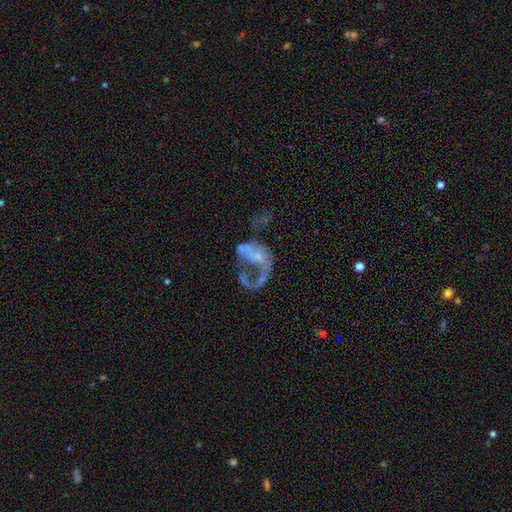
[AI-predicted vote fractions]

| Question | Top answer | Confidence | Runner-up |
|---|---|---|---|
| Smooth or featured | featured or disk | 65% | smooth (23%) |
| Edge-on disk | no | 98% | yes (2%) |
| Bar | no | 76% | weak (18%) |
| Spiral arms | no | 67% | yes (33%) |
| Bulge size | none | 51% | small (31%) |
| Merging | major disturbance | 54% | none (19%) |